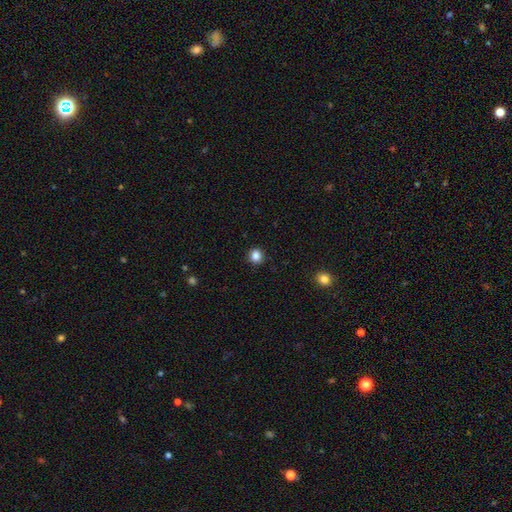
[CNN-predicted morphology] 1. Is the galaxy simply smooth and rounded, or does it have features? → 85% smooth, 11% star or artifact, 3% featured or disk.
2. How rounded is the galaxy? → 89% round, 10% in between, 1% cigar-shaped.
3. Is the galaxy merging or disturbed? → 91% none, 6% minor disturbance, 2% major disturbance, 1% merger.